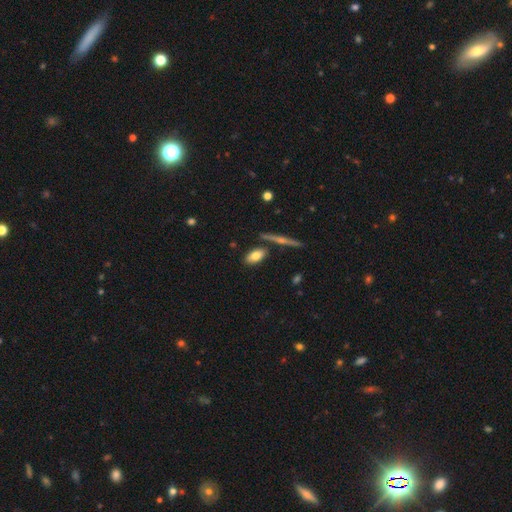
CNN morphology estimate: Smooth or featured?
  - smooth: 75% *
  - featured or disk: 17%
  - star or artifact: 7%
How rounded?
  - in between: 87% *
  - cigar-shaped: 8%
  - round: 4%
Merging?
  - none: 77% *
  - minor disturbance: 12%
  - merger: 8%
  - major disturbance: 3%